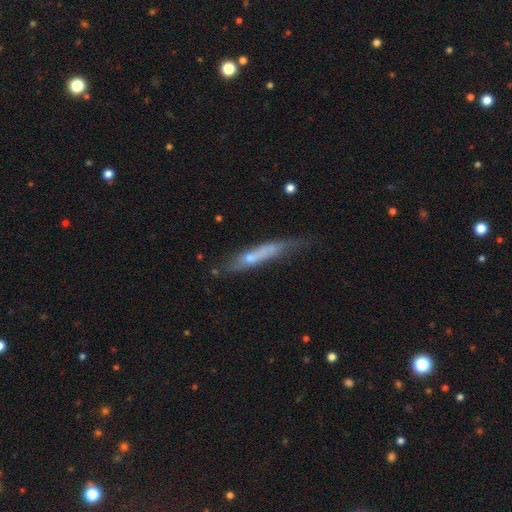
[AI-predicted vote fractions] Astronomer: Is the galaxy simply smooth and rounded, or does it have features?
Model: smooth — 46% (runner-up: featured or disk, 45%).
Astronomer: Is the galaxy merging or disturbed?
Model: none — 46% (runner-up: minor disturbance, 30%).